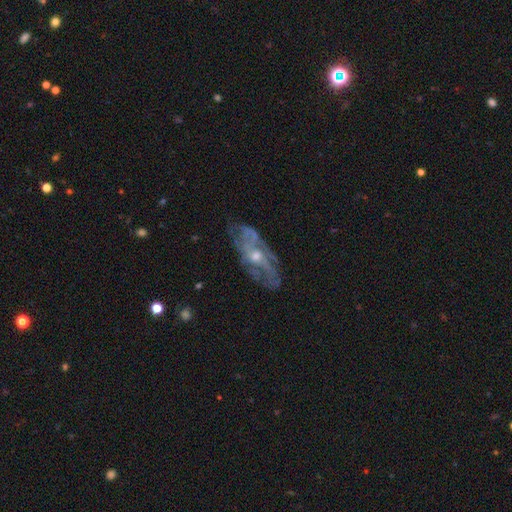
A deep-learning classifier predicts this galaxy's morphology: A featured or disk galaxy (79%) with no bar (75%), tight (41%) spiral arms (74%) and a moderate central bulge (52%).

Vote fractions:
- Smooth or featured? featured or disk: 79% / smooth: 14% / star or artifact: 7%
- Edge-on disk? no: 87% / yes: 13%
- Bar? no: 75% / weak: 20% / strong: 4%
- Spiral arms? yes: 74% / no: 26%
- Spiral winding? tight: 41% / medium: 38% / loose: 20%
- Spiral arm count? can't tell: 49% / 2: 21% / 3: 13% / 4: 8% / more than 4: 4% / 1: 4%
- Bulge size? moderate: 52% / small: 43% / large: 2% / none: 2% / dominant: 1%
- Merging? none: 64% / minor disturbance: 22% / major disturbance: 11% / merger: 2%